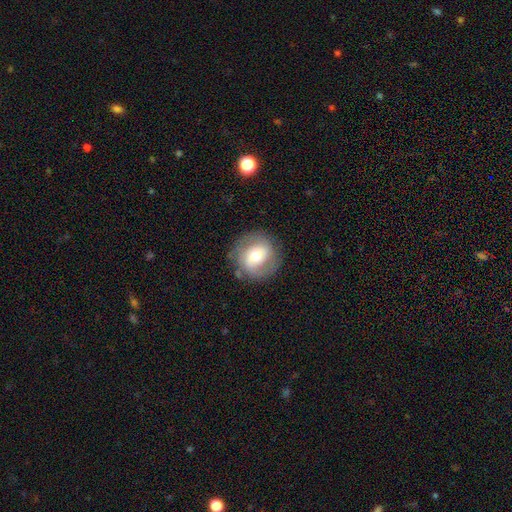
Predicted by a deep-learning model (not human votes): Smooth or featured: featured or disk — 49% (smooth — 43%)
Merging: none — 79% (minor disturbance — 13%)